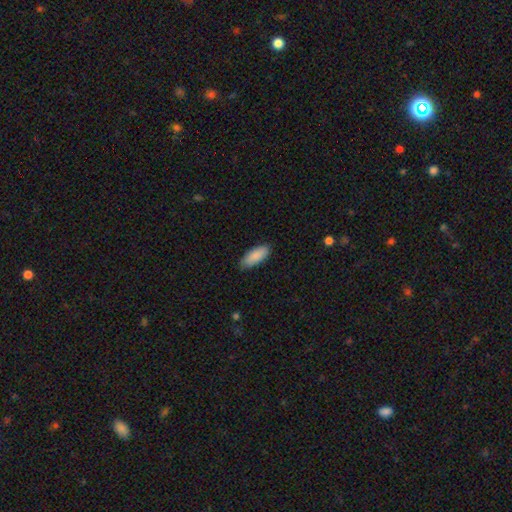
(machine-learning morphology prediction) A smooth galaxy with no disk features (89%) that is in between round and cigar-shaped (79%). Merging: none (86%).